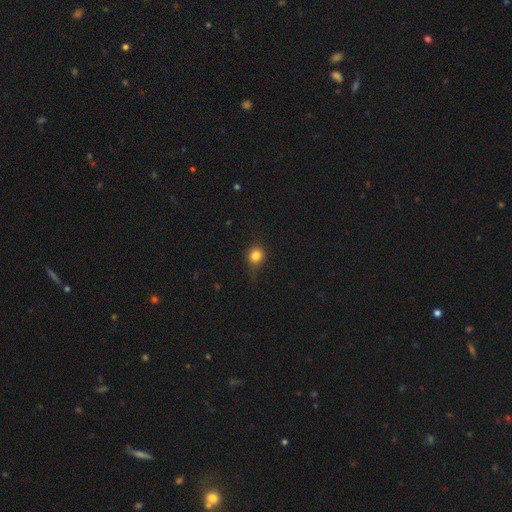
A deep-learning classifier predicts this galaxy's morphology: Smooth or featured? smooth (81%)
How rounded? round (85%)
Merging? none (72%)